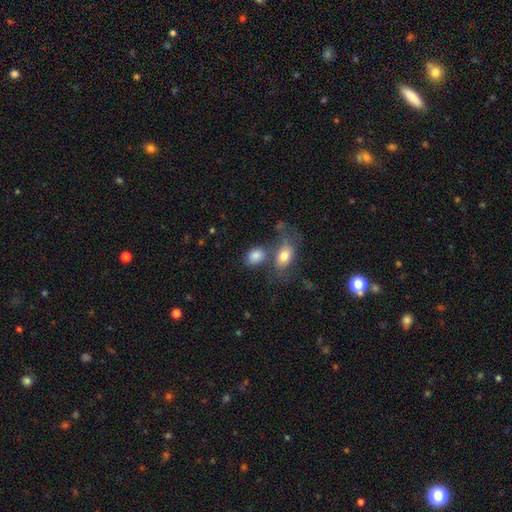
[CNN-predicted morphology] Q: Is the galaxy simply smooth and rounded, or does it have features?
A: smooth — 82%.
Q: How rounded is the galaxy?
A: in between — 80%.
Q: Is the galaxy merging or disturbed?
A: none — 46%.